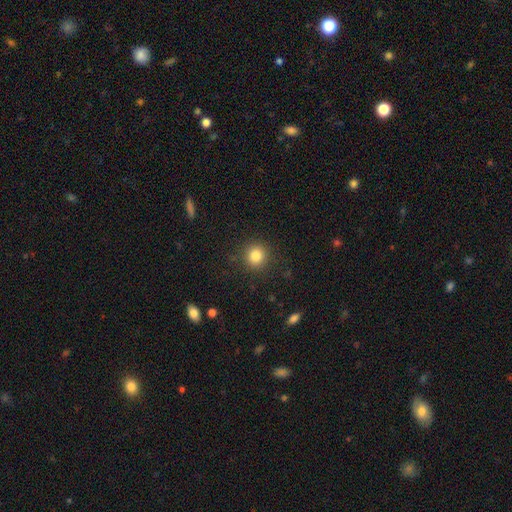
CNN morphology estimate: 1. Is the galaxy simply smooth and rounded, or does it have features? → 83% smooth, 11% star or artifact, 5% featured or disk.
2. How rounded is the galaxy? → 92% round, 7% in between, 1% cigar-shaped.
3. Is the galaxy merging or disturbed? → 89% none, 7% minor disturbance, 3% major disturbance, 1% merger.